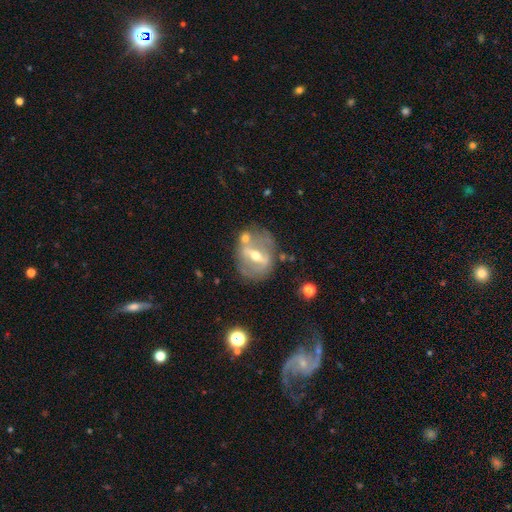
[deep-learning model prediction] A featured or disk galaxy (76%) with a strong bar (64%), no spiral arms (67%) and a moderate central bulge (71%). Merging: none (61%).